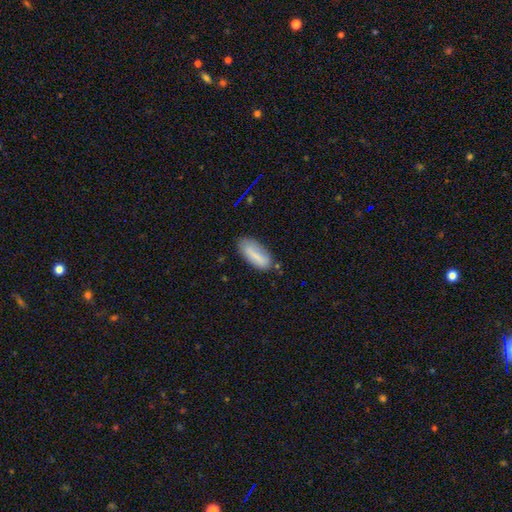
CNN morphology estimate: smooth-or-featured: smooth: 79% | featured or disk: 14% | star or artifact: 7%
  how-rounded: in between: 74% | cigar-shaped: 24% | round: 2%
  merging: none: 71% | minor disturbance: 21% | major disturbance: 5% | merger: 4%